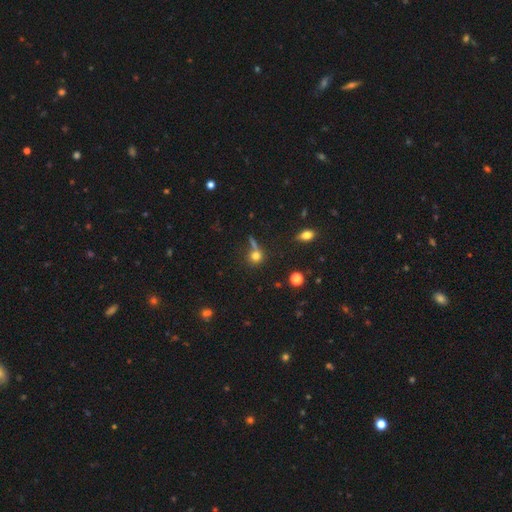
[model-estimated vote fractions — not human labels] A smooth galaxy with no disk features (74%) that is round (85%).

Vote fractions:
- Smooth or featured? smooth: 74% / star or artifact: 16% / featured or disk: 10%
- How rounded? round: 85% / in between: 13% / cigar-shaped: 2%
- Merging? none: 62% / merger: 19% / minor disturbance: 12% / major disturbance: 7%